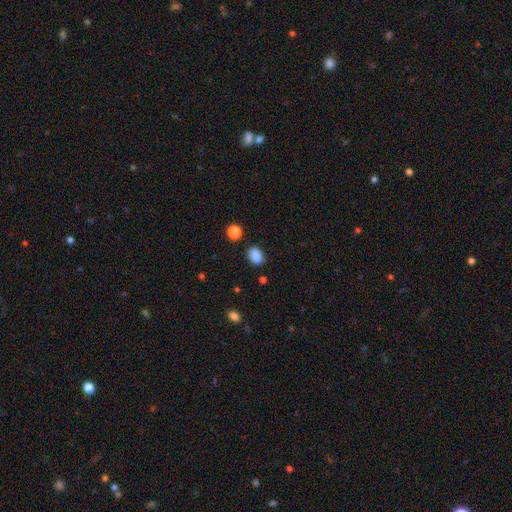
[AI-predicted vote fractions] smooth-or-featured: smooth: 86% | star or artifact: 10% | featured or disk: 4%
  how-rounded: in between: 76% | round: 23% | cigar-shaped: 1%
  merging: none: 80% | minor disturbance: 13% | major disturbance: 3% | merger: 3%